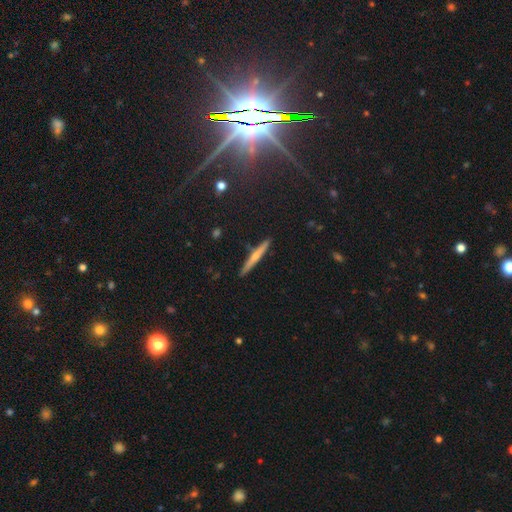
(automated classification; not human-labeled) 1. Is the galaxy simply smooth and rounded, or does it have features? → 50% featured or disk, 41% smooth, 8% star or artifact.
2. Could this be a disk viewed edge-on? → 97% yes, 3% no.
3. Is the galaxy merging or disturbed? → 89% none, 8% minor disturbance, 2% merger, 2% major disturbance.